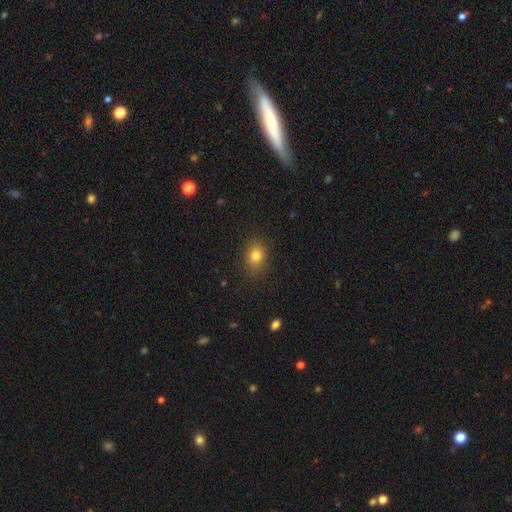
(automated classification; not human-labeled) This is likely a smooth galaxy (80%). How rounded: likely in between (62%). Merging: clearly none (85%).